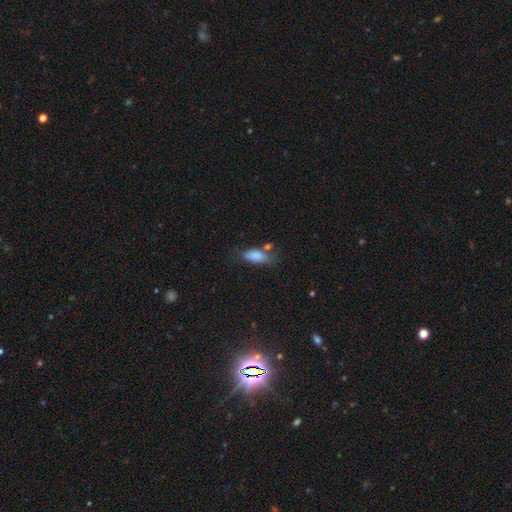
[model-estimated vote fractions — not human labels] smooth_or_featured: smooth (p=0.83) [alt: featured or disk p=0.09]
how_rounded: in between (p=0.82) [alt: cigar-shaped p=0.14]
merging: none (p=0.48) [alt: minor disturbance p=0.27]